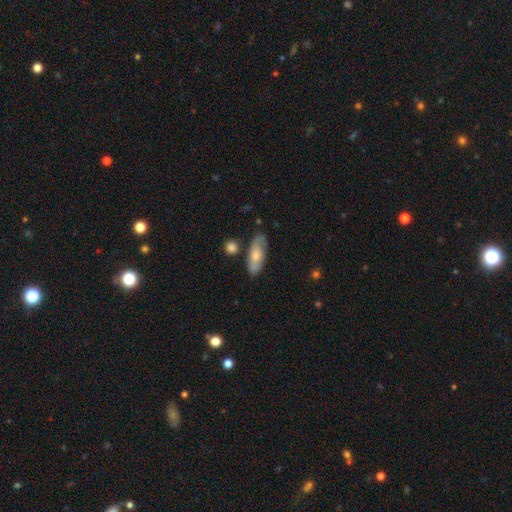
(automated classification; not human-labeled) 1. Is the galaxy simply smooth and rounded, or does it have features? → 58% smooth, 36% featured or disk, 6% star or artifact.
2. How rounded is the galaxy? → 71% in between, 25% cigar-shaped, 4% round.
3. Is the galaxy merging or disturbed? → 74% none, 16% minor disturbance, 5% merger, 4% major disturbance.